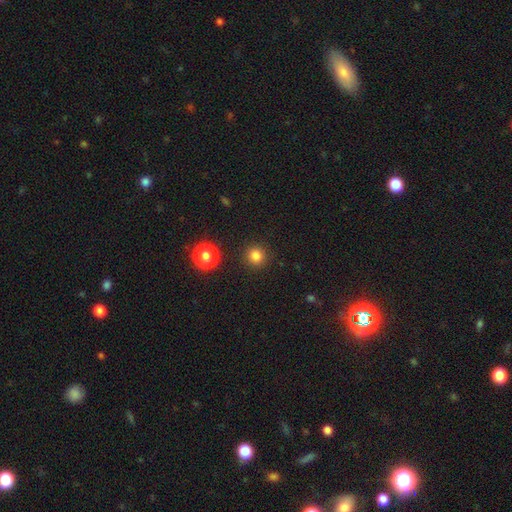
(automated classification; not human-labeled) Overall: smooth (82%). How rounded: round (93%). Merging: none (91%).